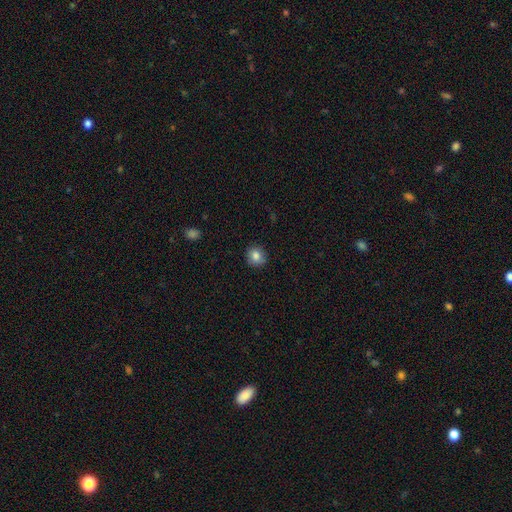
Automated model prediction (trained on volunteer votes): This appears to be a smooth galaxy with no disk features (84%) that is round (84%). Merging: none (88%).